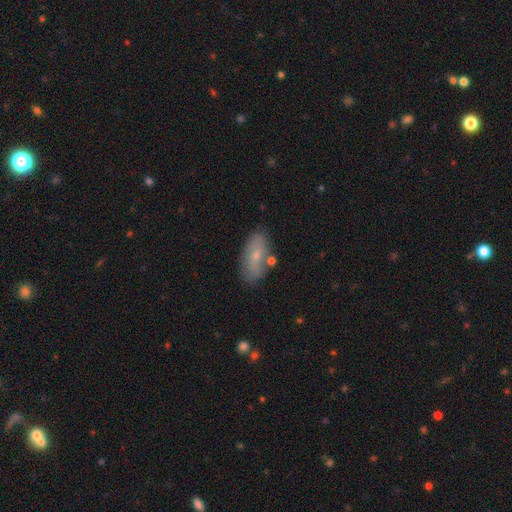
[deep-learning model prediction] Smooth or featured? Predicted: smooth (p=0.59). How rounded? Predicted: in between (p=0.84). Merging? Predicted: none (p=0.77).